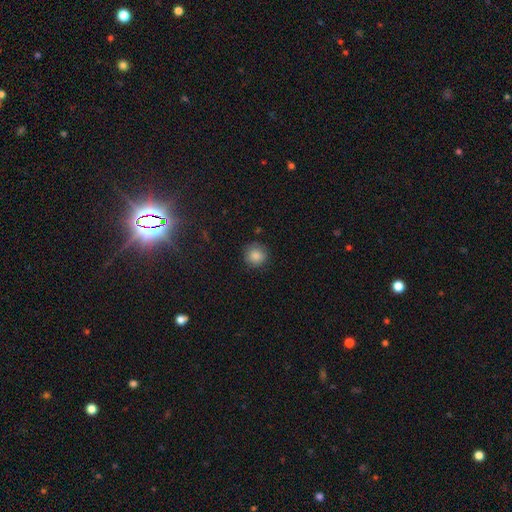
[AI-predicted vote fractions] Overall: smooth (85%). How rounded: round (91%). Merging: none (85%).